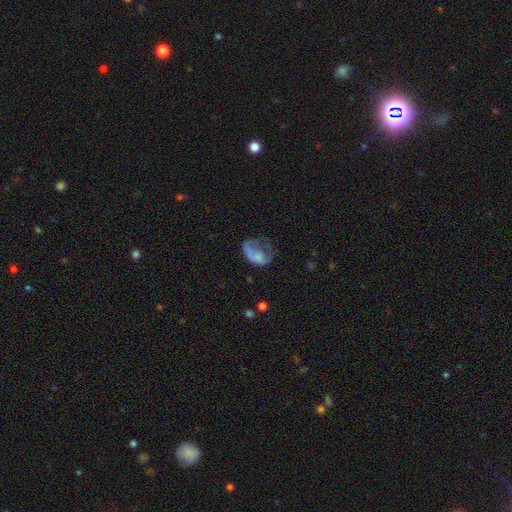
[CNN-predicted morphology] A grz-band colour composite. It shows a smooth galaxy with no disk features (57%) that is in between round and cigar-shaped (78%). Merging: major disturbance (55%).